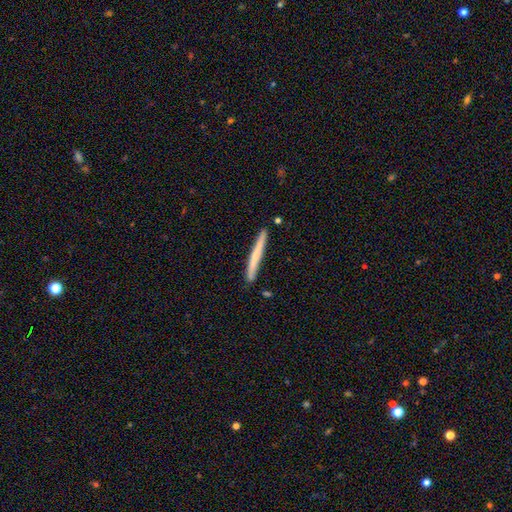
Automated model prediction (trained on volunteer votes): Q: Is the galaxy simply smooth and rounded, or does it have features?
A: smooth — 62%.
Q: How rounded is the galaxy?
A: cigar-shaped — 97%.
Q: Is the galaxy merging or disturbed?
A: none — 87%.